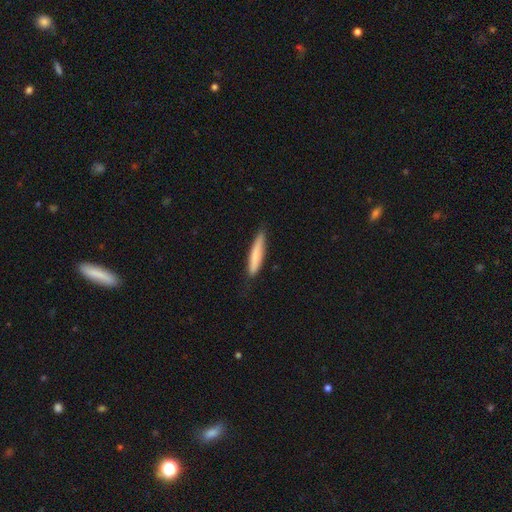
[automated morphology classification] The model was most divided on "smooth or featured": smooth: 77%, featured or disk: 17%, star or artifact: 5%. More confident: how rounded — cigar-shaped (90%); merging — none (80%).